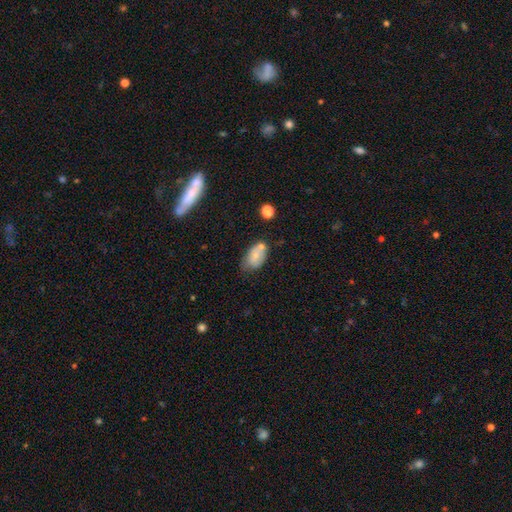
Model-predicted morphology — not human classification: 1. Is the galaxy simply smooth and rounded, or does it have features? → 70% smooth, 21% featured or disk, 9% star or artifact.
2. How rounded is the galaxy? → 89% in between, 8% round, 2% cigar-shaped.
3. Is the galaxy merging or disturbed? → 44% none, 29% minor disturbance, 19% merger, 8% major disturbance.